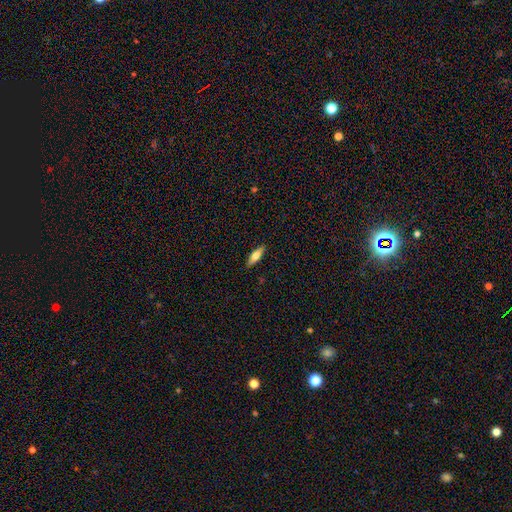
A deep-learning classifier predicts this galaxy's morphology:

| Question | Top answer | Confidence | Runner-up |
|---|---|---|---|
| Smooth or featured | smooth | 62% | featured or disk (32%) |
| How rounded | cigar-shaped | 53% | in between (44%) |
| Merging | none | 89% | minor disturbance (8%) |